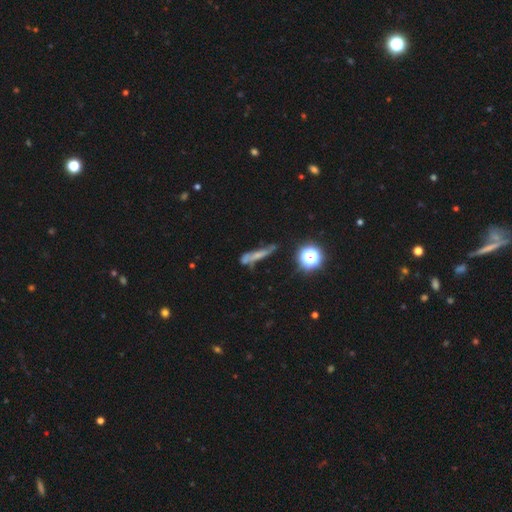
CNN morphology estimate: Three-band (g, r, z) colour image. It shows a smooth galaxy with no disk features (43%). Merging: none (49%).